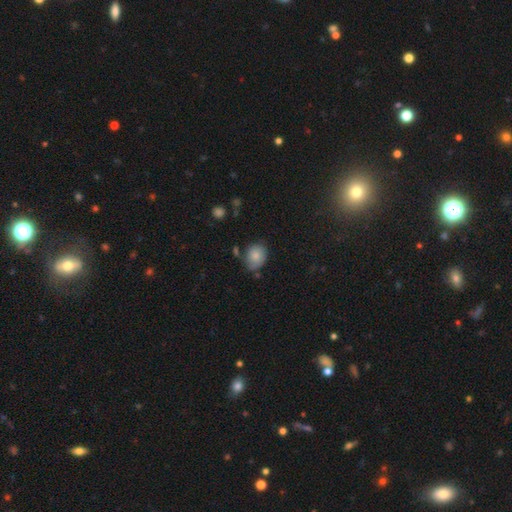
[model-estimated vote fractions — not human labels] Smooth or featured: smooth — 80% (featured or disk — 12%)
How rounded: in between — 50% (round — 49%)
Merging: none — 63% (minor disturbance — 26%)